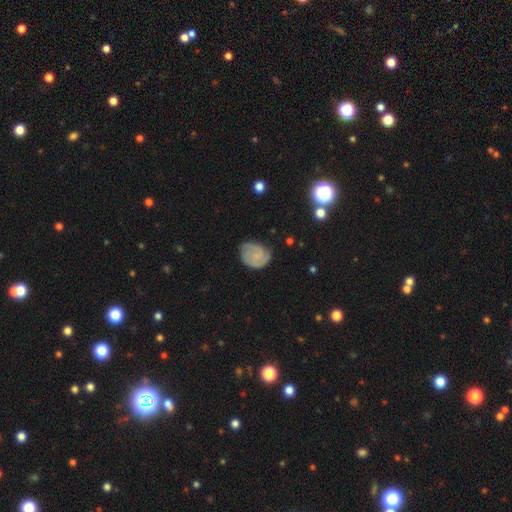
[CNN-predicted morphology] This is possibly a featured or disk galaxy (55%). It is clearly not viewed edge-on (97%). Bar: likely no (68%). Spiral arm pattern: clearly yes (88%). Central bulge: possibly small (53%). Merging: likely none (65%).